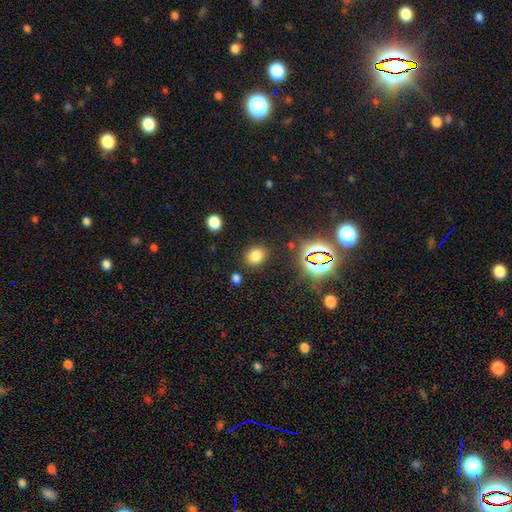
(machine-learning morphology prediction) Smooth or featured? smooth (75%)
How rounded? round (59%)
Merging? none (84%)